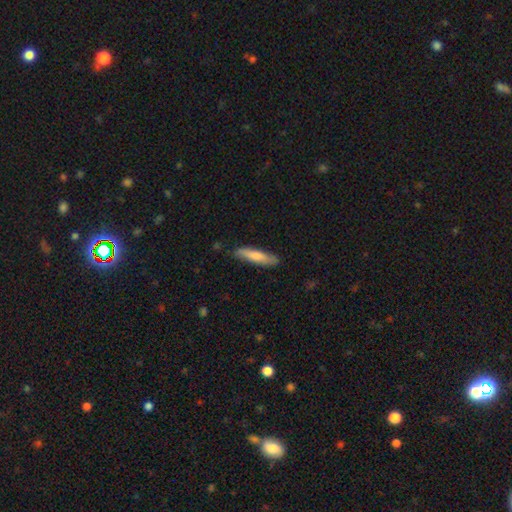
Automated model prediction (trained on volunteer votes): The model was most divided on "smooth or featured": smooth: 65%, featured or disk: 29%, star or artifact: 6%. More confident: how rounded — cigar-shaped (87%); merging — none (86%).